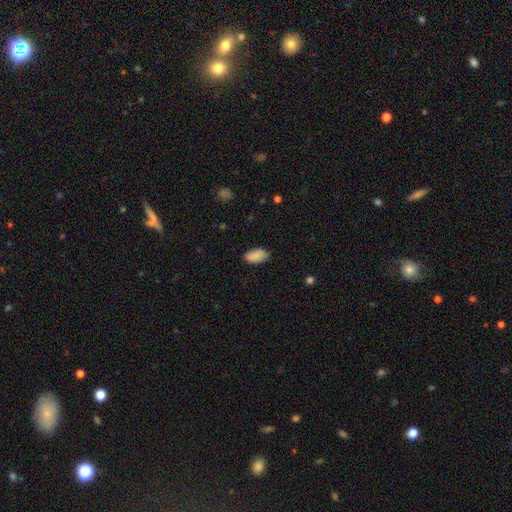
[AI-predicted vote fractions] smooth-or-featured: smooth: 89% | star or artifact: 7% | featured or disk: 4%
  how-rounded: in between: 95% | cigar-shaped: 3% | round: 3%
  merging: none: 86% | minor disturbance: 11% | major disturbance: 2% | merger: 1%